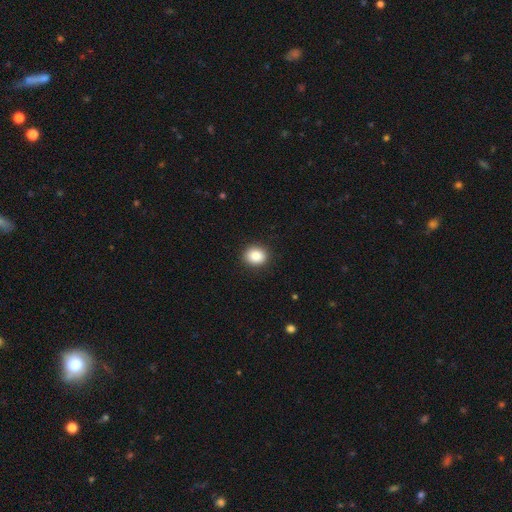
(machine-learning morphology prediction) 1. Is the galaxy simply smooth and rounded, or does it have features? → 86% smooth, 9% star or artifact, 5% featured or disk.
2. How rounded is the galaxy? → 72% round, 27% in between, 1% cigar-shaped.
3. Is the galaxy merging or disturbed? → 91% none, 7% minor disturbance, 2% major disturbance, 1% merger.